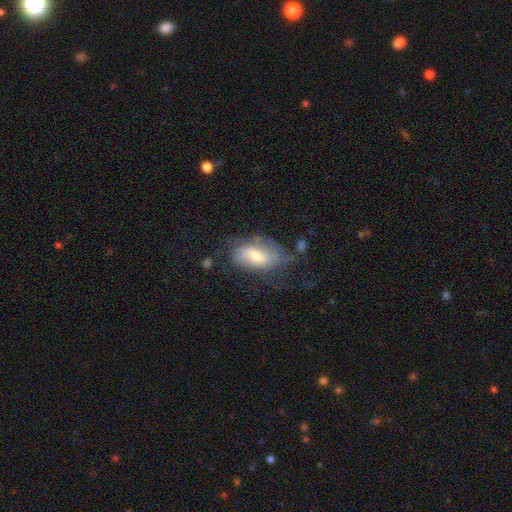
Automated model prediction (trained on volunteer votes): Q: Smooth or featured?
A: featured or disk (47%); runner-up: smooth (46%)
Q: Merging?
A: none (48%); runner-up: minor disturbance (29%)